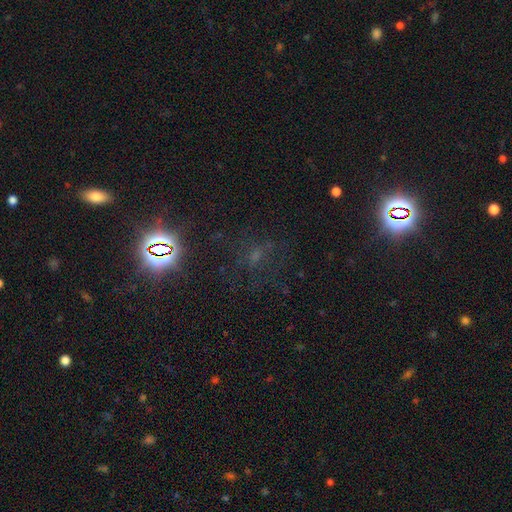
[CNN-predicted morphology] The model was most divided on "smooth or featured": star or artifact: 63%, smooth: 20%, featured or disk: 17%.